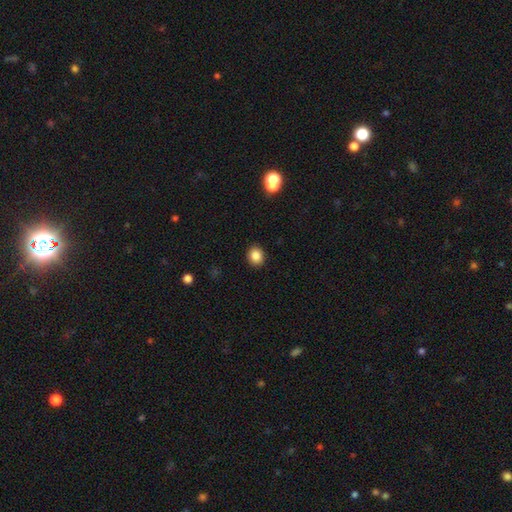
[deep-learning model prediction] This appears to be a smooth galaxy with no disk features (85%) that is round (69%). Merging: none (91%).